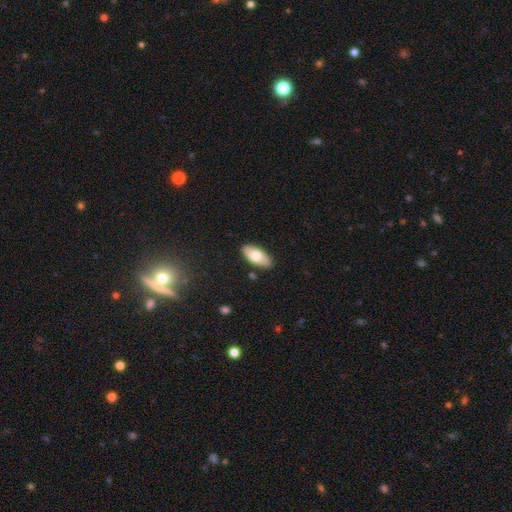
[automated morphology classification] A smooth galaxy with no disk features (72%) that is in between round and cigar-shaped (90%). Merging: none (86%).